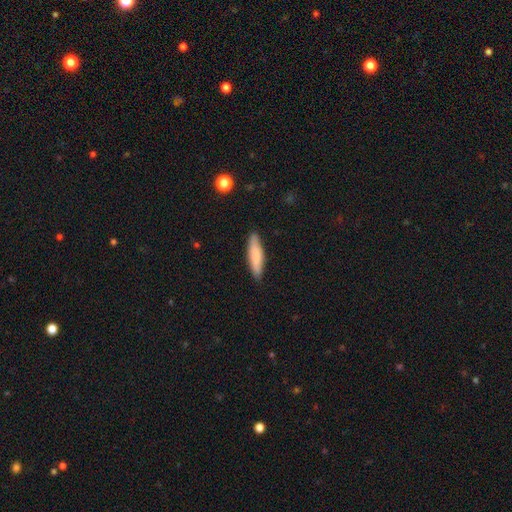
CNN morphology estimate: type=smooth (80%); roundness=cigar-shaped (71%); merging=none (86%).